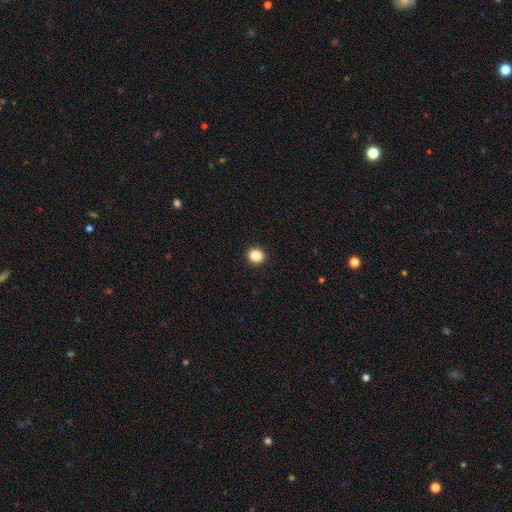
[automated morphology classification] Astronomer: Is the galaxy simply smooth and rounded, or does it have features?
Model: smooth — 88%.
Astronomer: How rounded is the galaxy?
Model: round — 84%.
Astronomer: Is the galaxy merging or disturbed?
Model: none — 93%.